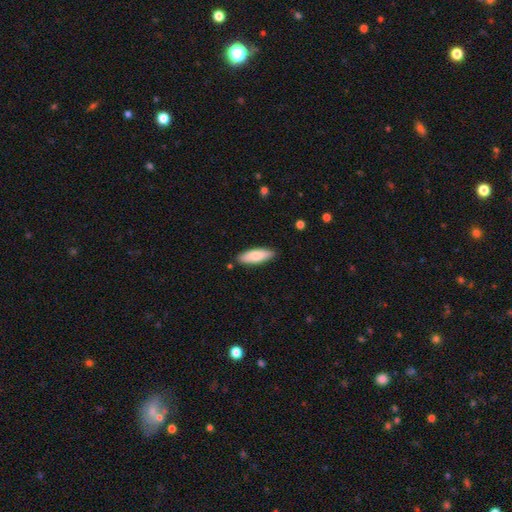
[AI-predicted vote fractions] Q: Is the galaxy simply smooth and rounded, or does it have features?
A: smooth — 77%.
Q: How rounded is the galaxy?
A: in between — 61%.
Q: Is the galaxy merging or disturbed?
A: none — 87%.